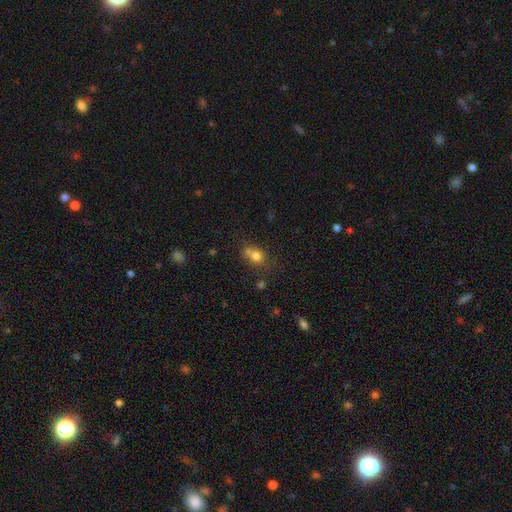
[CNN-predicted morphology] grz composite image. It shows a smooth galaxy with no disk features (74%) that is round (73%). Merging: none (43%).